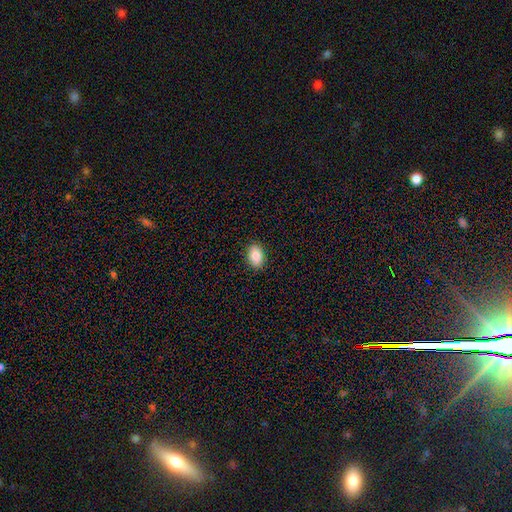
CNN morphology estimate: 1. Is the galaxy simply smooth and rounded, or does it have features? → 85% smooth, 8% star or artifact, 7% featured or disk.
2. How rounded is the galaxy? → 82% in between, 16% round, 1% cigar-shaped.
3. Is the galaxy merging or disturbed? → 90% none, 8% minor disturbance, 2% major disturbance, 1% merger.